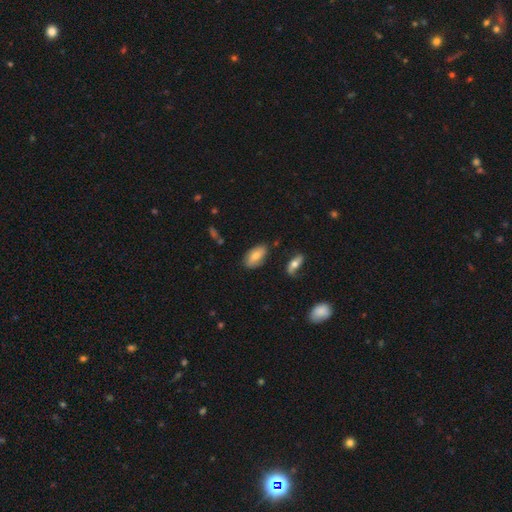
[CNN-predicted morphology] The model was most divided on "smooth or featured": smooth: 73%, featured or disk: 20%, star or artifact: 7%. More confident: how rounded — in between (91%); merging — none (76%).